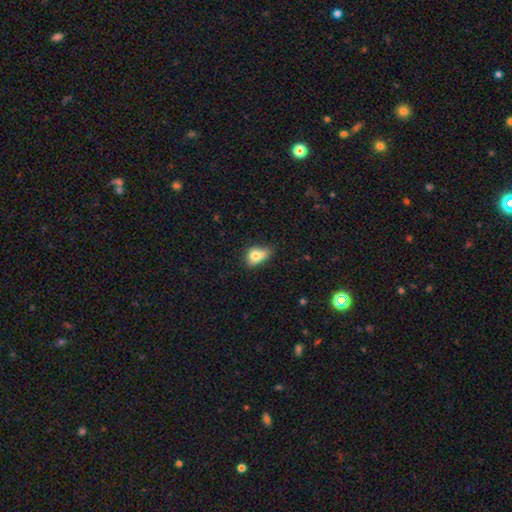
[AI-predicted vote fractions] smooth 73%, featured or disk 17%, star or artifact 11%. Down the decision tree: how rounded — in between (64%); merging — merger (33%).